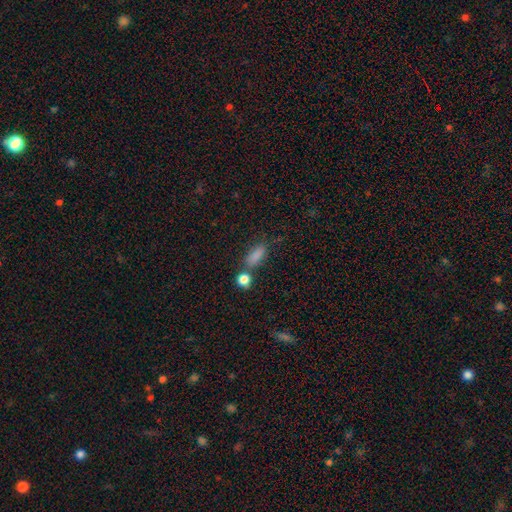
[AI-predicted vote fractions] This is clearly a smooth galaxy (82%). How rounded: likely in between (68%). Merging: likely none (62%).